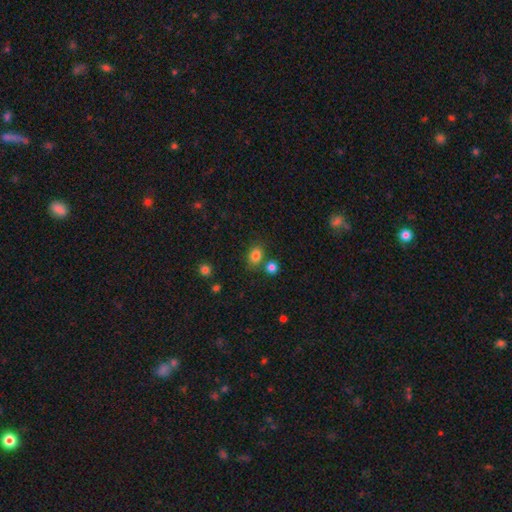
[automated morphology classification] type=smooth (82%); roundness=in between (56%); merging=none (69%).